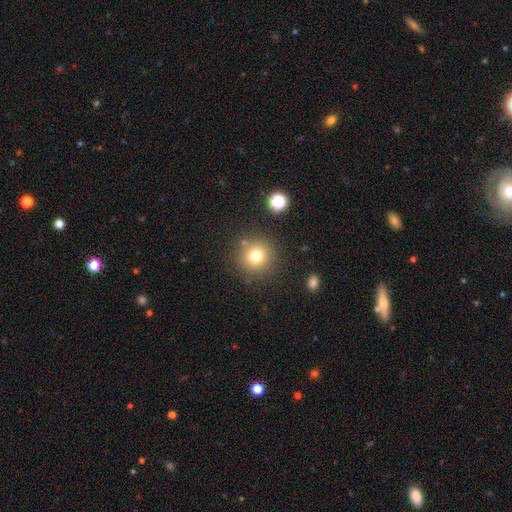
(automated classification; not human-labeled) Morphology: type=smooth (77%); roundness=round (94%); merging=none (84%).